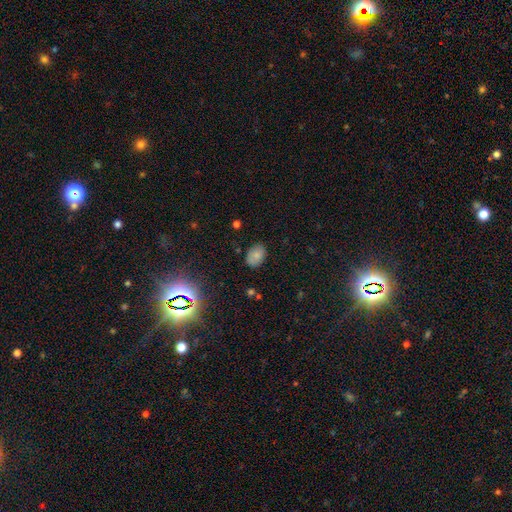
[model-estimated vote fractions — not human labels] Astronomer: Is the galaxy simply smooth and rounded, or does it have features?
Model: smooth — 78%.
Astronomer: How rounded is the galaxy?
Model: in between — 80%.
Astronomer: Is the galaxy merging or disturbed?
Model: none — 82%.